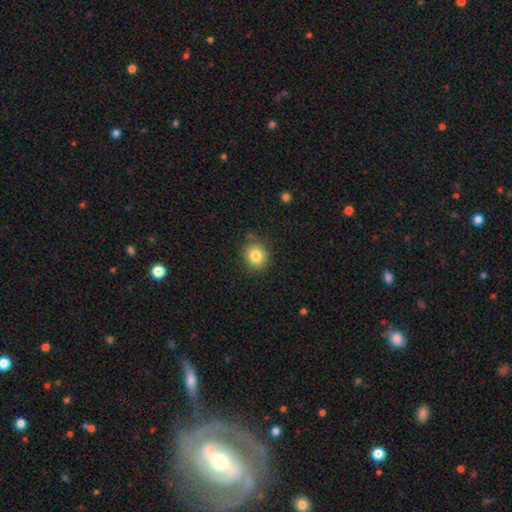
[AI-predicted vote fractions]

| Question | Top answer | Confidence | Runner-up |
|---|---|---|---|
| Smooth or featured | smooth | 83% | star or artifact (10%) |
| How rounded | round | 80% | in between (19%) |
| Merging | none | 81% | minor disturbance (14%) |